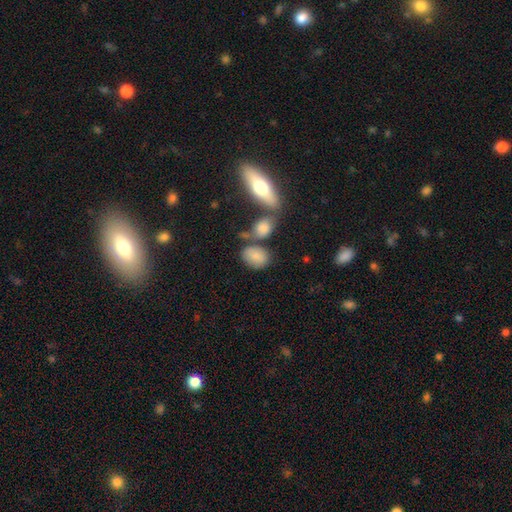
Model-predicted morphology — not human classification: Overall: smooth (81%). How rounded: in between (80%). Merging: none (55%; merger 21%).